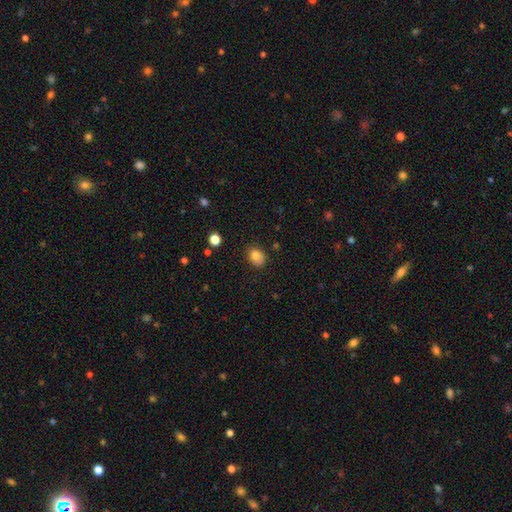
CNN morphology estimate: Q: Smooth or featured?
A: smooth (83%); runner-up: star or artifact (10%)
Q: How rounded?
A: in between (63%); runner-up: round (36%)
Q: Merging?
A: none (71%); runner-up: minor disturbance (22%)